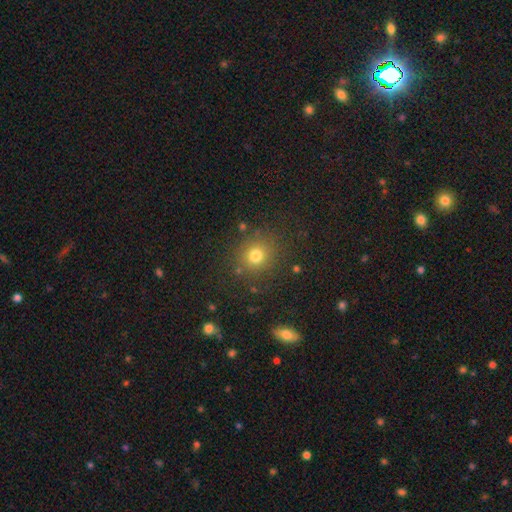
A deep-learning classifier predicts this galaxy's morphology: A smooth galaxy with no disk features (76%) that is round (86%). Merging: none (84%).